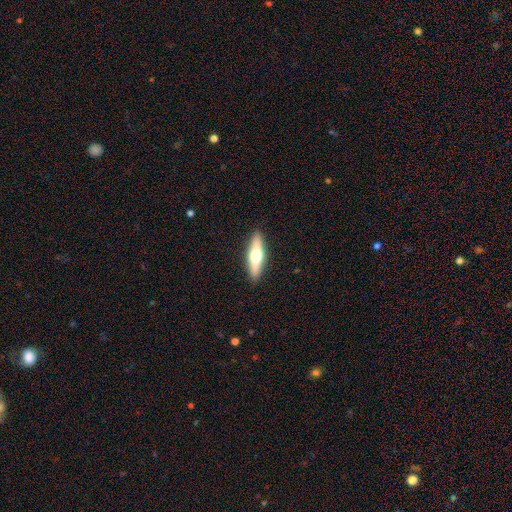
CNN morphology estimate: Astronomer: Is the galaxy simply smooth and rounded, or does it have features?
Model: smooth — 49% (runner-up: featured or disk, 46%).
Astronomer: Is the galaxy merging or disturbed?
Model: none — 91%.